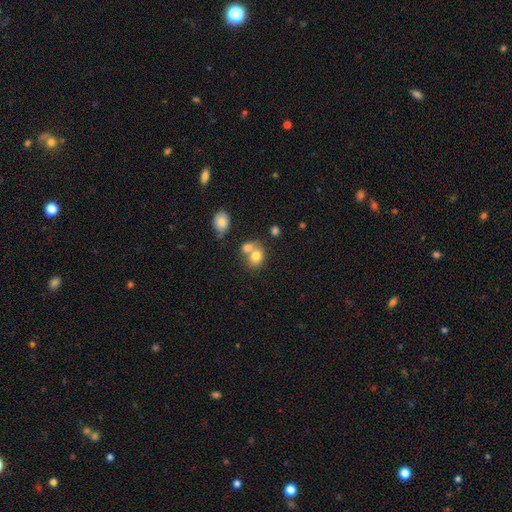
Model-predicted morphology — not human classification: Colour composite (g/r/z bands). It shows a smooth galaxy with no disk features (76%) that is in between round and cigar-shaped (51%). Merging: merger (50%).